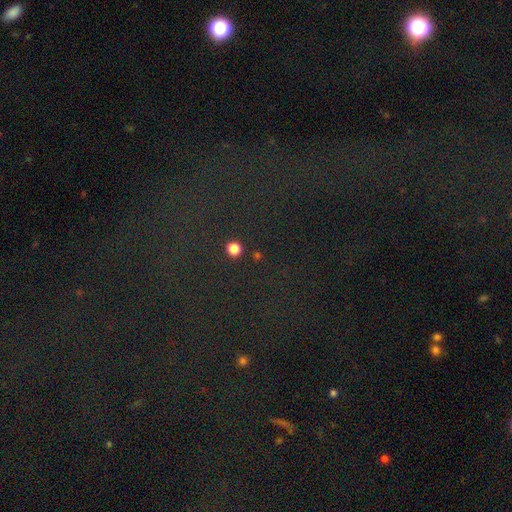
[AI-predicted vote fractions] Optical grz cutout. It shows a star or artifact, not a galaxy (78%).